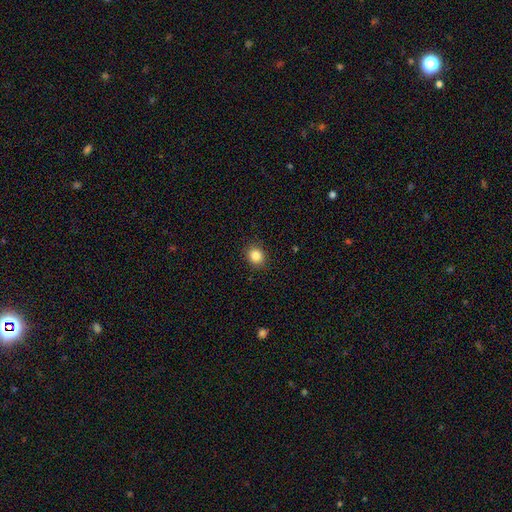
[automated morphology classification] smooth 86%, star or artifact 10%, featured or disk 4%. Down the decision tree: how rounded — round (73%); merging — none (90%).